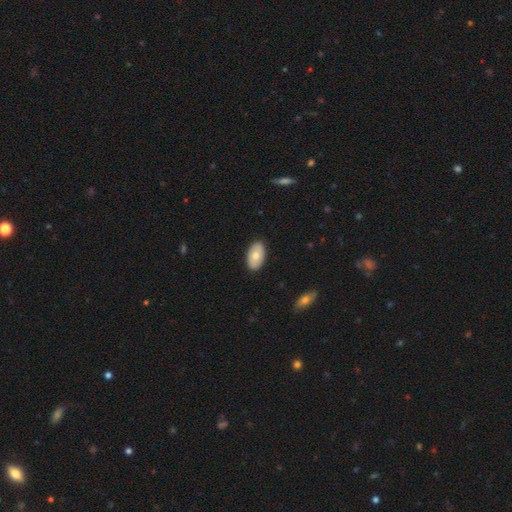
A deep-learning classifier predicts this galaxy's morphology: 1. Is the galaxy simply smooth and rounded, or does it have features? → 73% smooth, 21% featured or disk, 6% star or artifact.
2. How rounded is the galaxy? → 95% in between, 4% round, 2% cigar-shaped.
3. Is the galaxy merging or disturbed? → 88% none, 9% minor disturbance, 2% major disturbance, 1% merger.